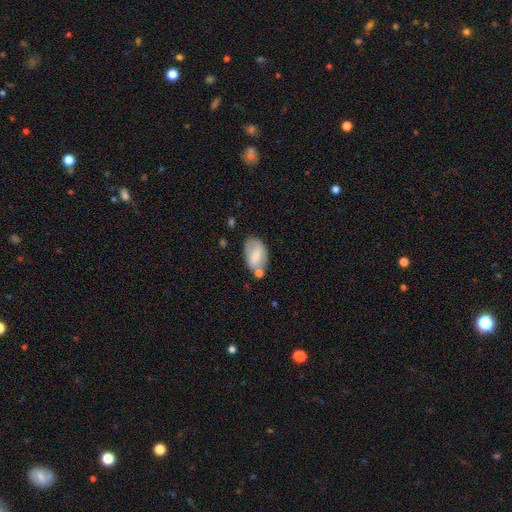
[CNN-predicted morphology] Q: Smooth or featured?
A: smooth (65%); runner-up: featured or disk (28%)
Q: How rounded?
A: in between (91%); runner-up: round (6%)
Q: Merging?
A: none (52%); runner-up: minor disturbance (24%)